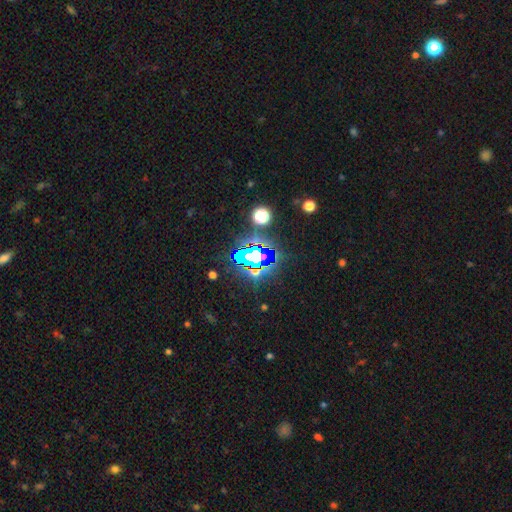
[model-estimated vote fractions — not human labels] Q: Smooth or featured?
A: star or artifact (67%); runner-up: smooth (20%)